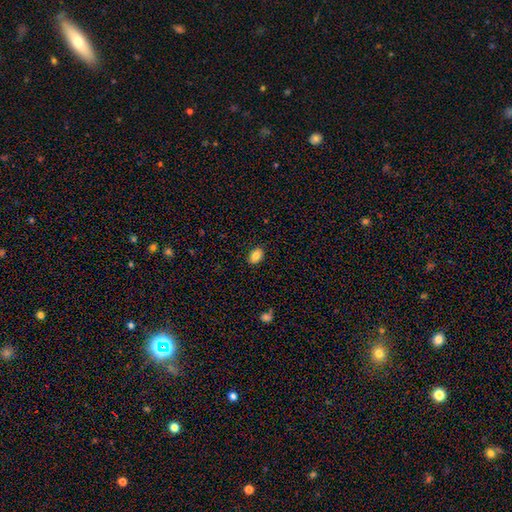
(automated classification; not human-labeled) This is clearly a smooth galaxy (84%). How rounded: clearly in between (83%). Merging: clearly none (88%).